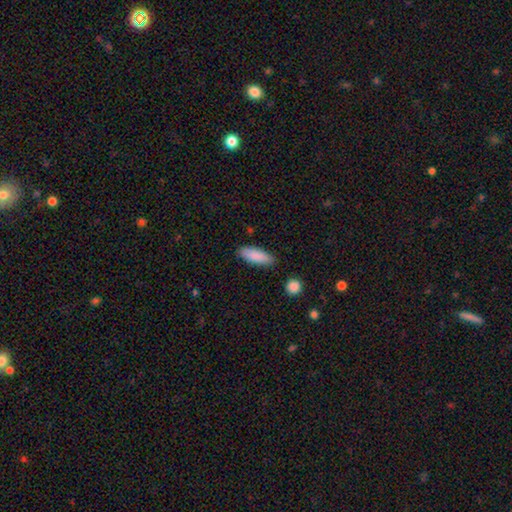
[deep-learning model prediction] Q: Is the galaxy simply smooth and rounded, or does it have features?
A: smooth — 87%.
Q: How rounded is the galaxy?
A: in between — 62%.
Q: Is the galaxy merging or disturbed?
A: none — 85%.